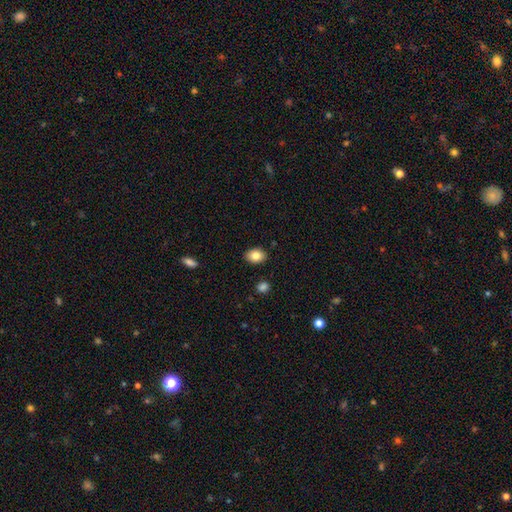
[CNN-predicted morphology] smooth_or_featured: smooth (p=0.83) [alt: star or artifact p=0.09]
how_rounded: in between (p=0.71) [alt: round p=0.28]
merging: none (p=0.89) [alt: minor disturbance p=0.08]